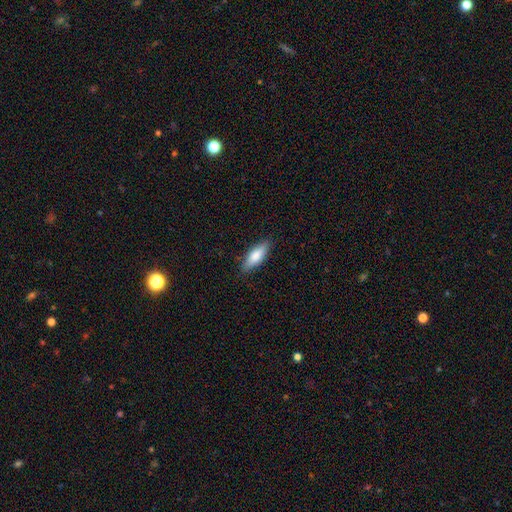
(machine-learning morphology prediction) smooth 77%, featured or disk 17%, star or artifact 6%. Down the decision tree: how rounded — in between (60%); merging — none (85%).